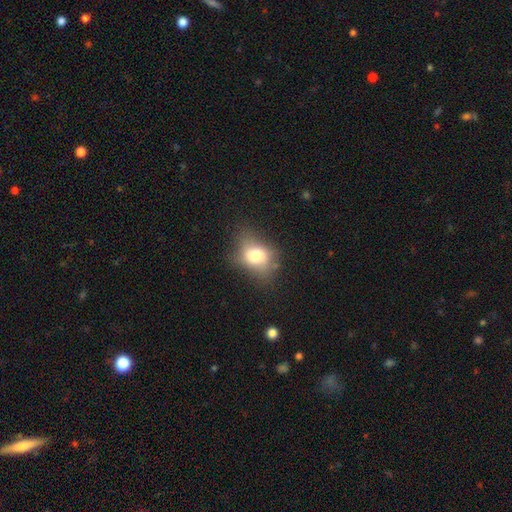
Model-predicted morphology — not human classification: smooth_or_featured: smooth (p=0.70) [alt: featured or disk p=0.18]
how_rounded: in between (p=0.60) [alt: round p=0.38]
merging: none (p=0.55) [alt: minor disturbance p=0.27]